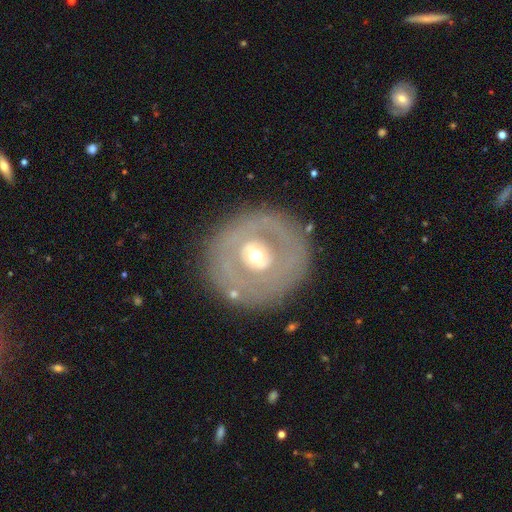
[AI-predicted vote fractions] Overall: featured or disk (63%; smooth 31%). Edge-on disk: no (95%). Bar: no (53%; weak 31%). Spiral arms: no (80%). Bulge size: moderate (65%). Merging: none (82%).